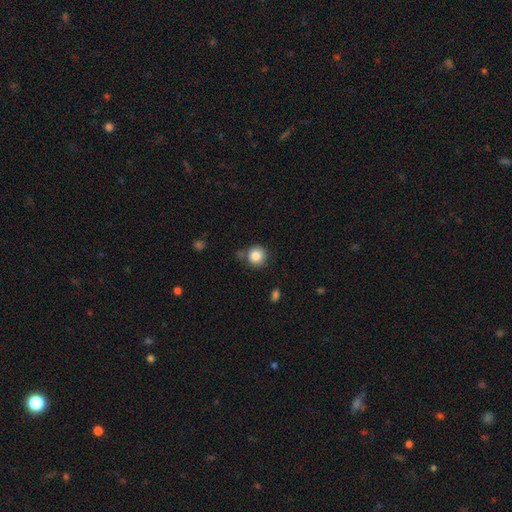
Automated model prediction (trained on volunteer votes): smooth 85%, star or artifact 9%, featured or disk 5%. Down the decision tree: how rounded — round (91%); merging — none (73%).